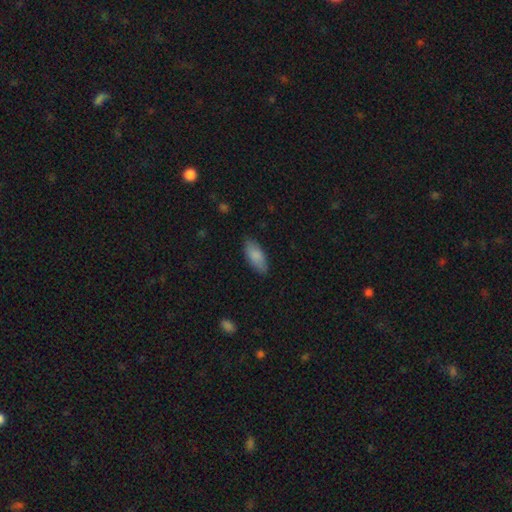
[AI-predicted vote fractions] A smooth galaxy with no disk features (85%) that is in between round and cigar-shaped (86%). Merging: none (84%).